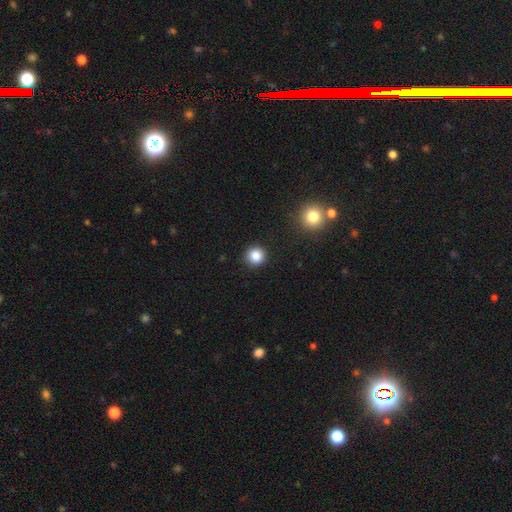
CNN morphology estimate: A smooth galaxy with no disk features (86%) that is round (93%).

Vote fractions:
- Smooth or featured? smooth: 86% / star or artifact: 11% / featured or disk: 3%
- How rounded? round: 93% / in between: 6% / cigar-shaped: 1%
- Merging? none: 91% / minor disturbance: 6% / major disturbance: 2% / merger: 1%